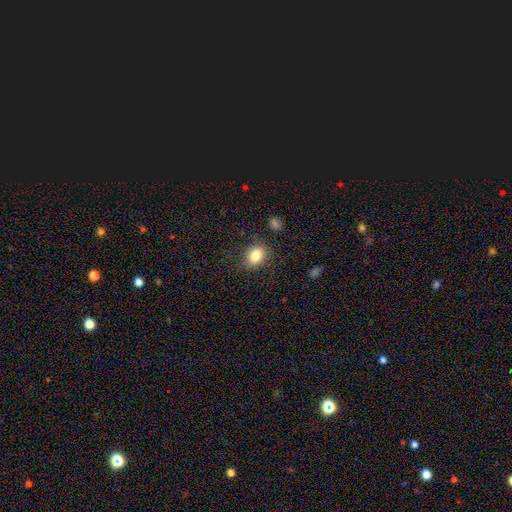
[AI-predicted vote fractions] Smooth or featured?
  - smooth: 82% *
  - star or artifact: 10%
  - featured or disk: 7%
How rounded?
  - in between: 54% *
  - round: 44%
  - cigar-shaped: 1%
Merging?
  - none: 80% *
  - minor disturbance: 14%
  - major disturbance: 4%
  - merger: 2%